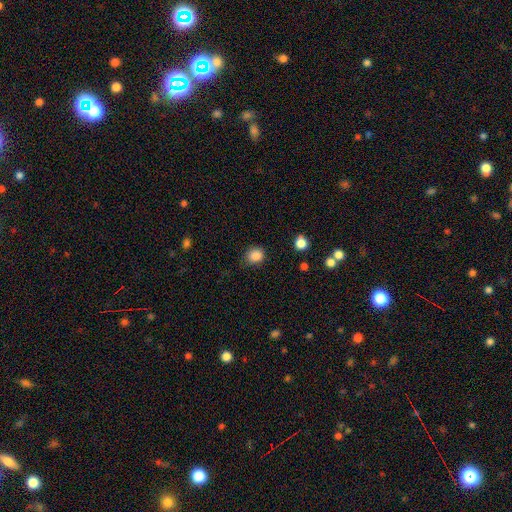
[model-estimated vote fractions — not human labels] smooth 86%, star or artifact 11%, featured or disk 3%. Down the decision tree: how rounded — round (76%); merging — none (81%).